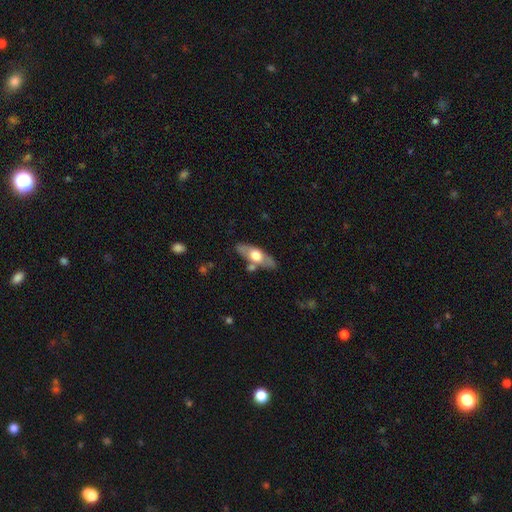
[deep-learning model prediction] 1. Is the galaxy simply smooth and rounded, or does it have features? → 50% featured or disk, 45% smooth, 5% star or artifact.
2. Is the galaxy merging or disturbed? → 75% none, 14% minor disturbance, 7% merger, 3% major disturbance.